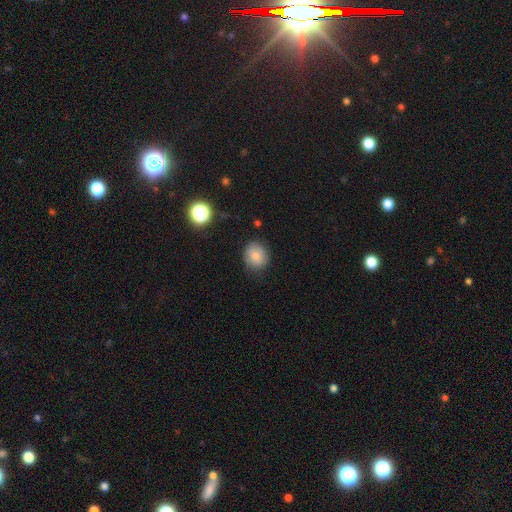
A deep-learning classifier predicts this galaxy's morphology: smooth_or_featured: smooth (p=0.80) [alt: star or artifact p=0.10]
how_rounded: round (p=0.74) [alt: in between p=0.25]
merging: none (p=0.81) [alt: minor disturbance p=0.14]